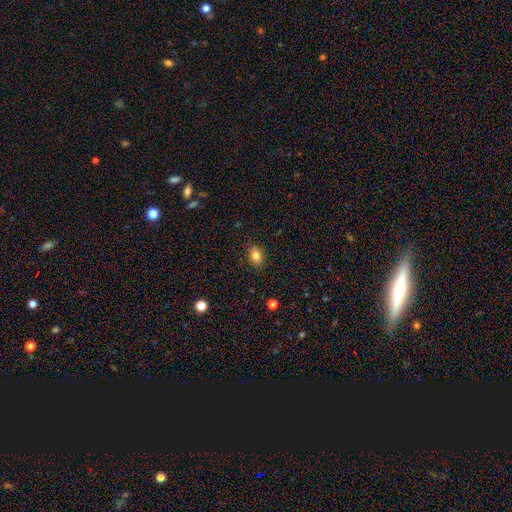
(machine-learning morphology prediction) A smooth galaxy with no disk features (82%) that is in between round and cigar-shaped (72%).

Vote fractions:
- Smooth or featured? smooth: 82% / star or artifact: 10% / featured or disk: 8%
- How rounded? in between: 72% / round: 27% / cigar-shaped: 1%
- Merging? none: 86% / minor disturbance: 10% / major disturbance: 2% / merger: 1%